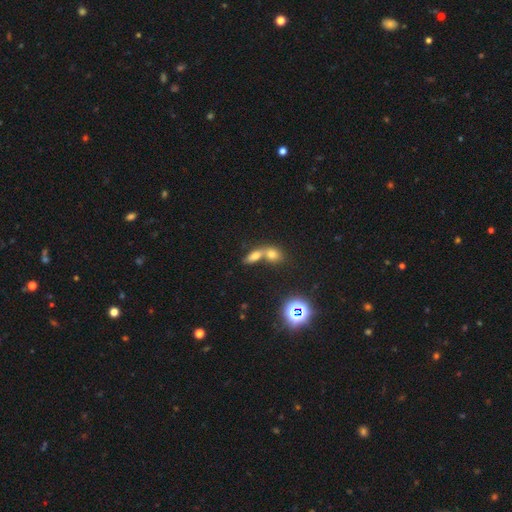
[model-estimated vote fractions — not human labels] smooth 67%, star or artifact 18%, featured or disk 15%. Down the decision tree: how rounded — in between (75%); merging — merger (65%).